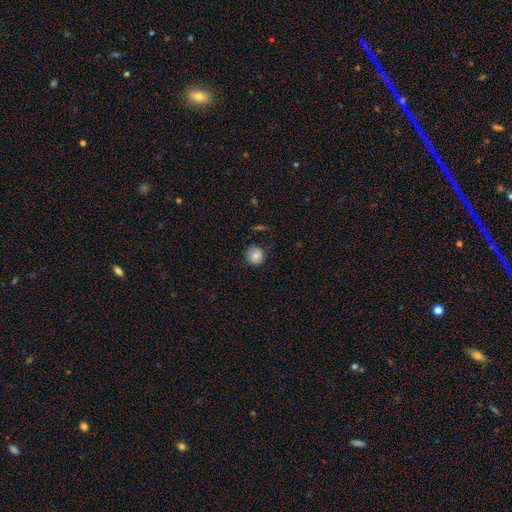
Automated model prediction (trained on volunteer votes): Smooth or featured? Predicted: smooth (p=0.82). How rounded? Predicted: round (p=0.84). Merging? Predicted: none (p=0.79).